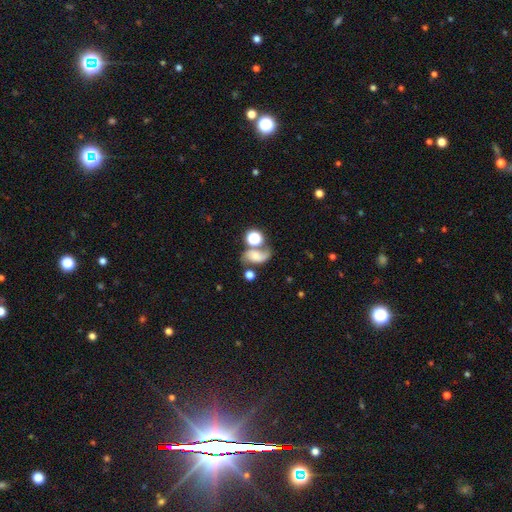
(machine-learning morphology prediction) This is possibly a featured or disk galaxy (50%). It is clearly not viewed edge-on (96%). Merging: marginally none (42%).